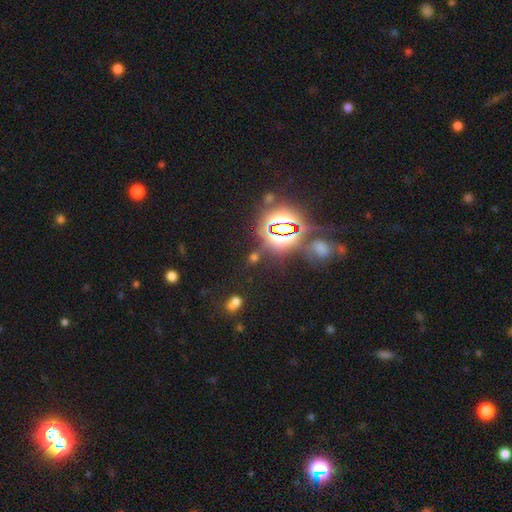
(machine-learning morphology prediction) smooth-or-featured: star or artifact: 75% | smooth: 17% | featured or disk: 8%